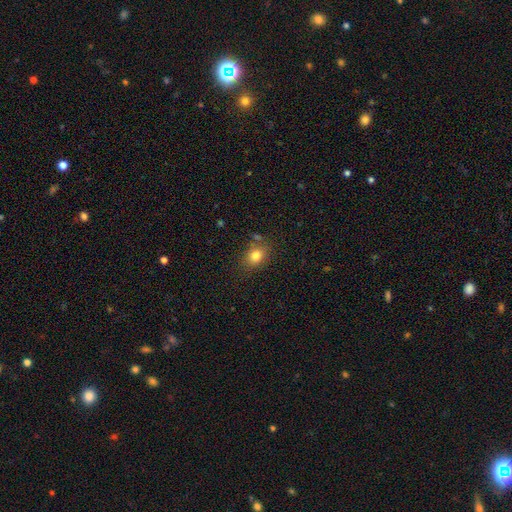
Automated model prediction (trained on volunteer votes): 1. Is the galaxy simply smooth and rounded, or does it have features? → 81% smooth, 11% star or artifact, 8% featured or disk.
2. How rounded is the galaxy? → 57% in between, 42% round, 1% cigar-shaped.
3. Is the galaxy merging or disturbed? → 76% none, 14% minor disturbance, 6% merger, 4% major disturbance.